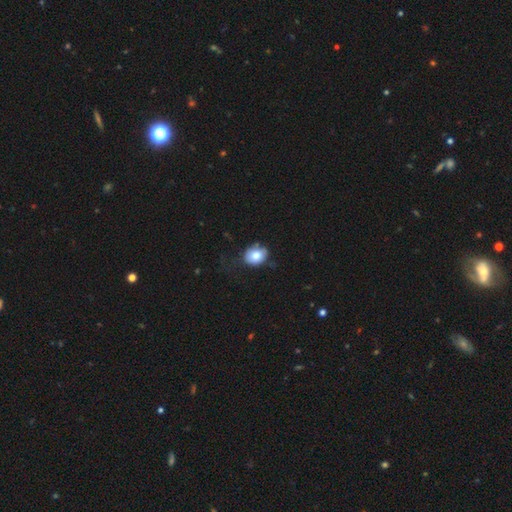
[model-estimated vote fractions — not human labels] smooth_or_featured: smooth (p=0.79) [alt: featured or disk p=0.12]
how_rounded: round (p=0.50) [alt: in between p=0.49]
merging: none (p=0.54) [alt: minor disturbance p=0.31]